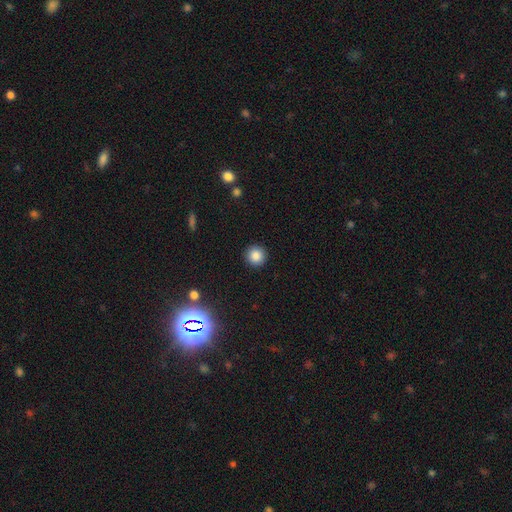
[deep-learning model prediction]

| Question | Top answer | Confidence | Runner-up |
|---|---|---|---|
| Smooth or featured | smooth | 84% | star or artifact (11%) |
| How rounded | round | 95% | in between (4%) |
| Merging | none | 92% | minor disturbance (5%) |